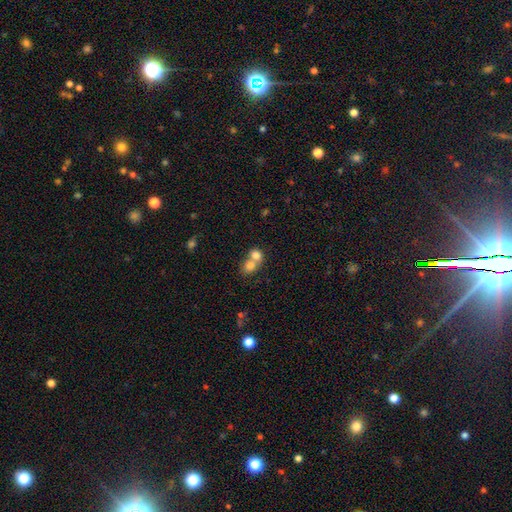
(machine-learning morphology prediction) type=smooth (76%); roundness=round (61%); merging=merger (71%).